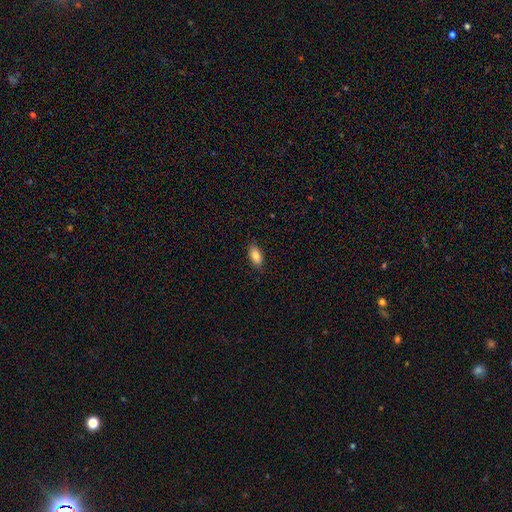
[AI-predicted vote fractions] Smooth or featured: smooth — 84% (featured or disk — 9%)
How rounded: in between — 89% (cigar-shaped — 8%)
Merging: none — 86% (minor disturbance — 11%)